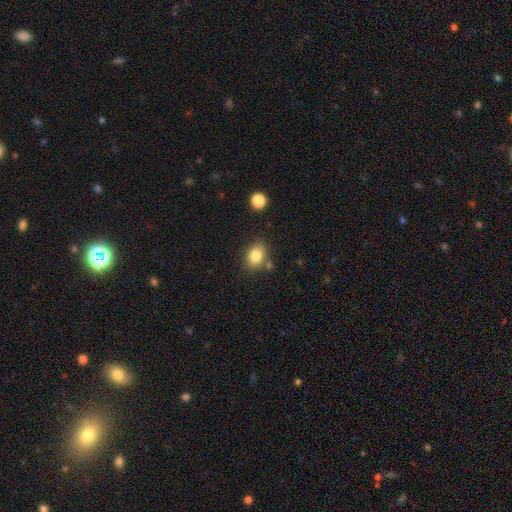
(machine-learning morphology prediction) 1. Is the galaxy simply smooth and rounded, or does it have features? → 83% smooth, 9% star or artifact, 8% featured or disk.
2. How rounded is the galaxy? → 67% in between, 32% round, 1% cigar-shaped.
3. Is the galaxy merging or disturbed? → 76% none, 13% minor disturbance, 8% merger, 3% major disturbance.